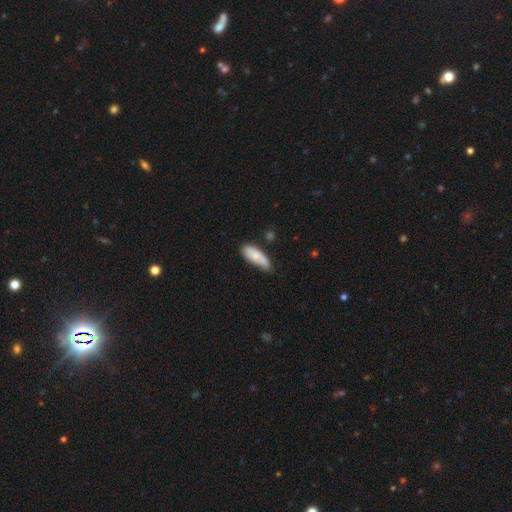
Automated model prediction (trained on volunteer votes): Morphology: type=smooth (73%); roundness=in between (72%); merging=none (55%).